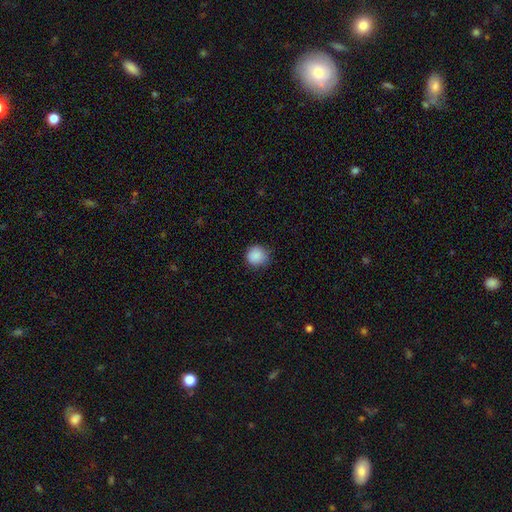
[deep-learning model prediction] Smooth or featured?
  - smooth: 88% *
  - star or artifact: 9%
  - featured or disk: 3%
How rounded?
  - round: 92% *
  - in between: 8%
  - cigar-shaped: 1%
Merging?
  - none: 82% *
  - minor disturbance: 14%
  - major disturbance: 3%
  - merger: 1%